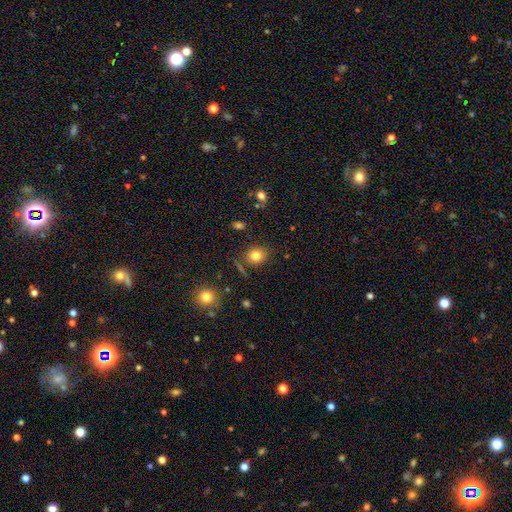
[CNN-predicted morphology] A smooth galaxy with no disk features (80%) that is round (61%).

Vote fractions:
- Smooth or featured? smooth: 80% / star or artifact: 12% / featured or disk: 8%
- How rounded? round: 61% / in between: 38% / cigar-shaped: 1%
- Merging? none: 80% / minor disturbance: 12% / merger: 4% / major disturbance: 4%